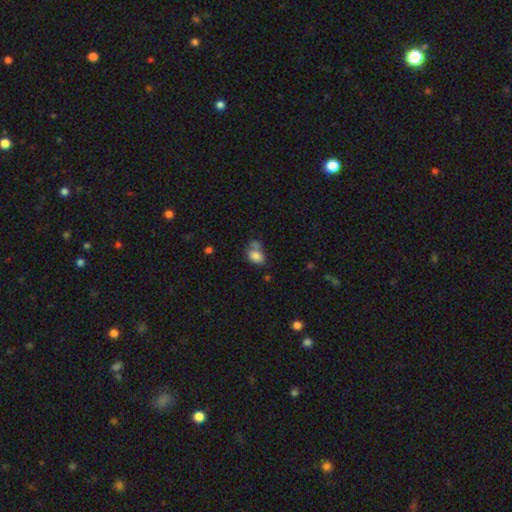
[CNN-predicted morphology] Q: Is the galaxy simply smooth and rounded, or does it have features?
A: smooth — 80%.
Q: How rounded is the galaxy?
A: in between — 80%.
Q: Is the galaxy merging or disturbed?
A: none — 37%.